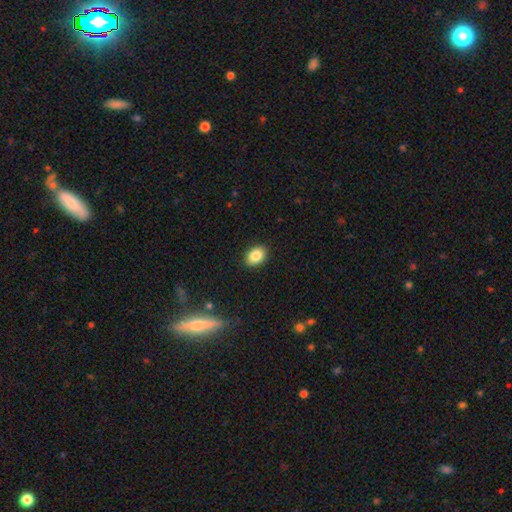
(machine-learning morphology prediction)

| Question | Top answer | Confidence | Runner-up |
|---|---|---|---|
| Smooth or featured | smooth | 86% | star or artifact (8%) |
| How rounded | in between | 78% | round (21%) |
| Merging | none | 89% | minor disturbance (8%) |